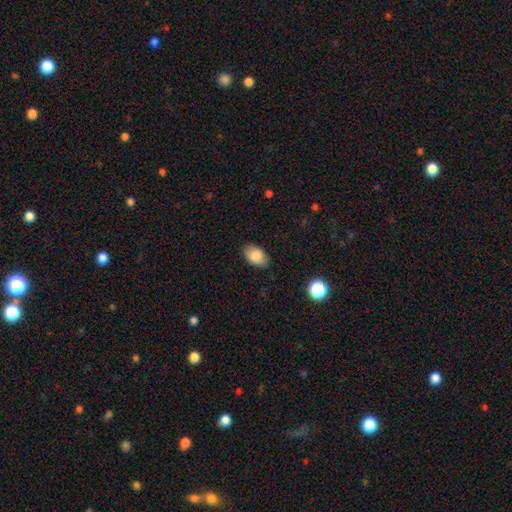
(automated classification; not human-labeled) Smooth or featured?
  - smooth: 86% *
  - star or artifact: 7%
  - featured or disk: 7%
How rounded?
  - in between: 89% *
  - round: 9%
  - cigar-shaped: 1%
Merging?
  - none: 85% *
  - minor disturbance: 12%
  - major disturbance: 3%
  - merger: 1%